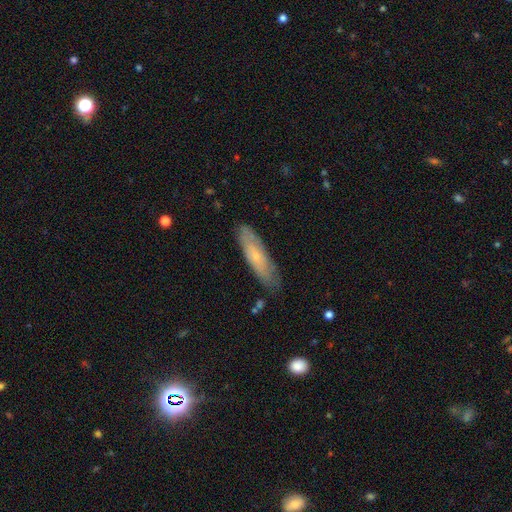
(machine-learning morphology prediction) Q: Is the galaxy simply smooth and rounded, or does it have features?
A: smooth — 52%.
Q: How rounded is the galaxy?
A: cigar-shaped — 68%.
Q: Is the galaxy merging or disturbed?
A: none — 79%.